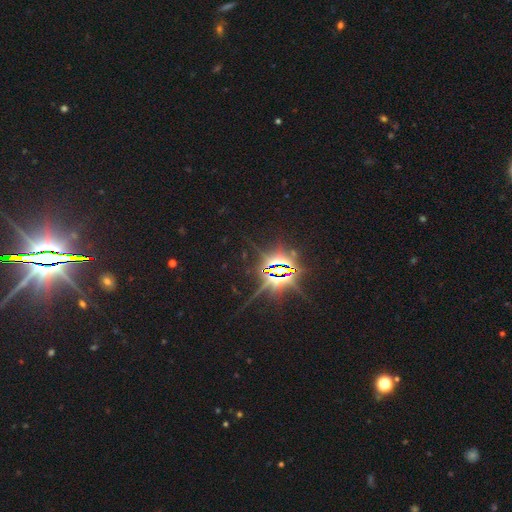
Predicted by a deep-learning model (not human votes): Smooth or featured? star or artifact (88%)